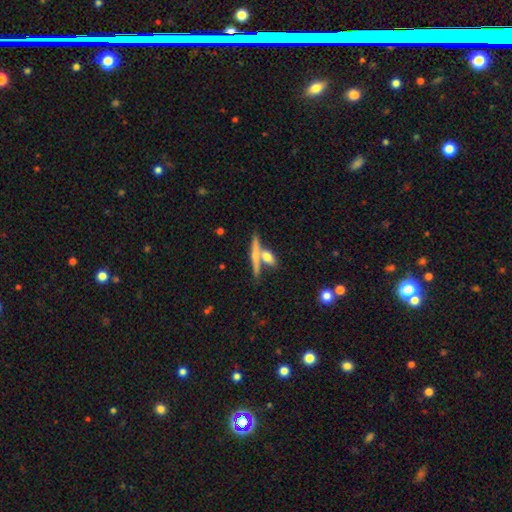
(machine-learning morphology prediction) smooth-or-featured: smooth: 50% | featured or disk: 43% | star or artifact: 7%
  merging: none: 58% | merger: 30% | minor disturbance: 9% | major disturbance: 3%